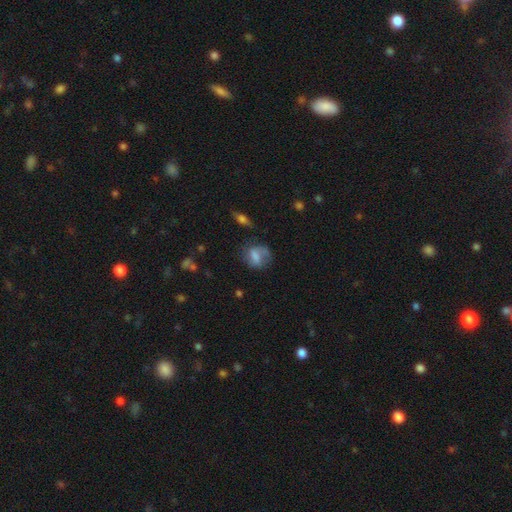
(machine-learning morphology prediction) This is possibly a smooth galaxy (55%). How rounded: possibly in between (53%). Merging: possibly none (50%).